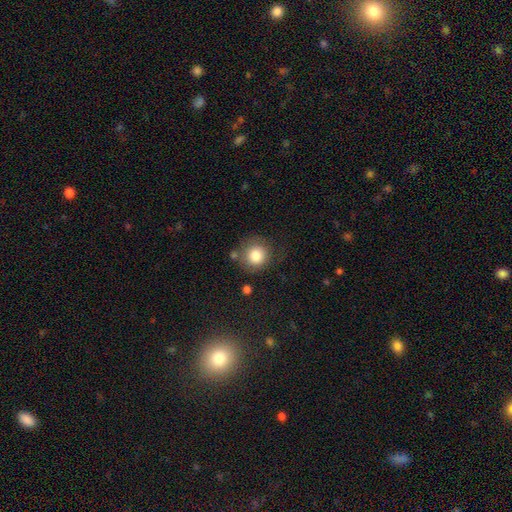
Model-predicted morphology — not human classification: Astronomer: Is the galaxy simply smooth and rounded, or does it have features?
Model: smooth — 83%.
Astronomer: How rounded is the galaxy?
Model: round — 89%.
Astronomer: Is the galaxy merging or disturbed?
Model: none — 73%.